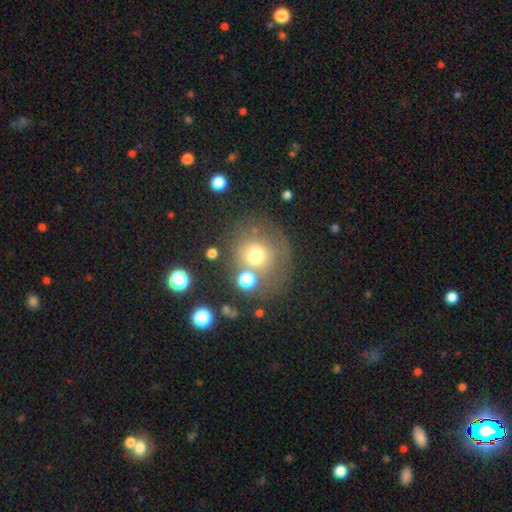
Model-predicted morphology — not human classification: Q: Smooth or featured?
A: smooth (68%); runner-up: star or artifact (17%)
Q: How rounded?
A: round (88%); runner-up: in between (11%)
Q: Merging?
A: none (67%); runner-up: minor disturbance (14%)